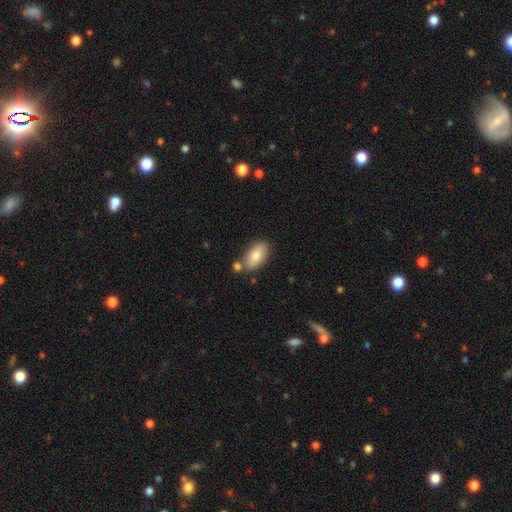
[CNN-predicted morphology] This is likely a smooth galaxy (79%). How rounded: clearly in between (92%). Merging: likely none (71%).